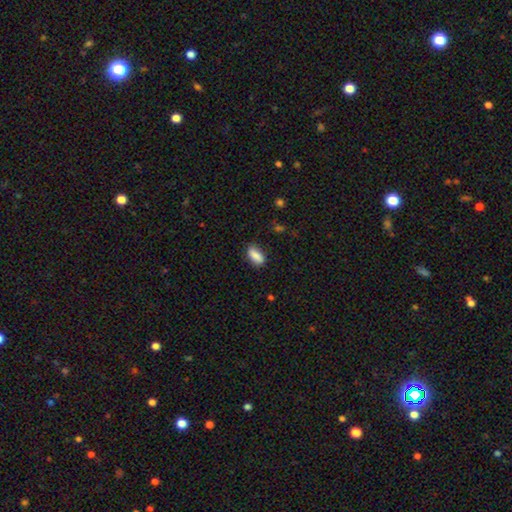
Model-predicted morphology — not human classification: Smooth or featured? Predicted: smooth (p=0.87). How rounded? Predicted: in between (p=0.82). Merging? Predicted: none (p=0.79).